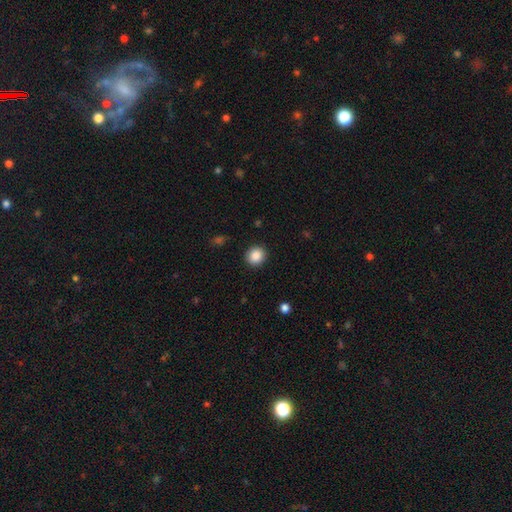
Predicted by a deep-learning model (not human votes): smooth_or_featured: smooth (p=0.88) [alt: star or artifact p=0.09]
how_rounded: round (p=0.85) [alt: in between p=0.15]
merging: none (p=0.91) [alt: minor disturbance p=0.06]